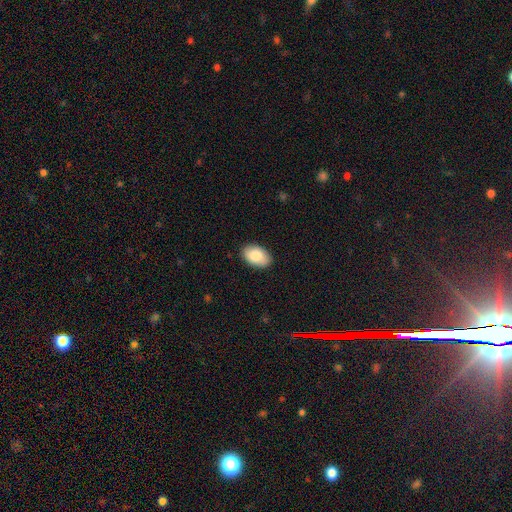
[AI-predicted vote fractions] This appears to be a smooth galaxy with no disk features (85%) that is in between round and cigar-shaped (91%). Merging: none (88%).